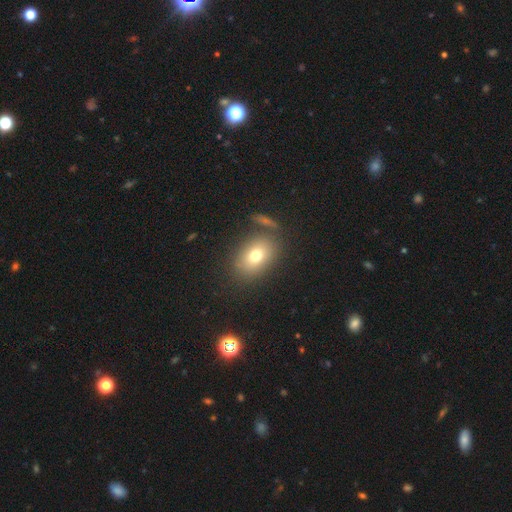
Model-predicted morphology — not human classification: type=smooth (74%); roundness=in between (68%); merging=none (77%).